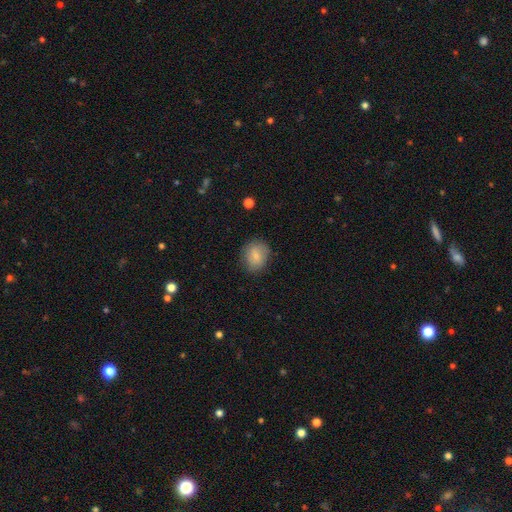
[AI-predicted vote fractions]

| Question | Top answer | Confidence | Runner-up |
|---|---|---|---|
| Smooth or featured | smooth | 79% | featured or disk (13%) |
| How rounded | round | 56% | in between (43%) |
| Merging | none | 81% | minor disturbance (14%) |